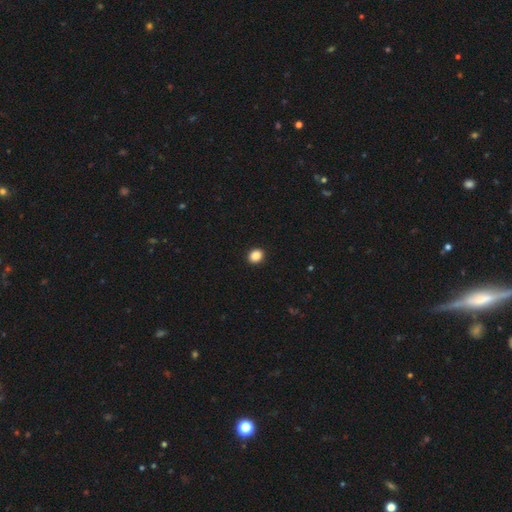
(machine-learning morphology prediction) The model was most divided on "how rounded": round: 63%, in between: 36%, cigar-shaped: 1%. More confident: merging — none (92%); smooth or featured — smooth (88%).